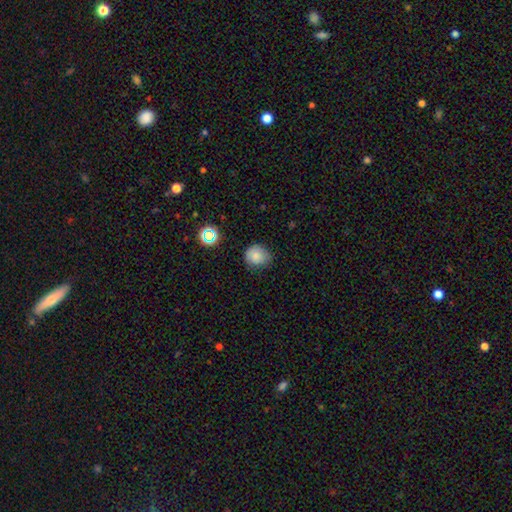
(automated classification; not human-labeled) This appears to be a smooth galaxy with no disk features (81%) that is round (81%). Merging: none (74%).